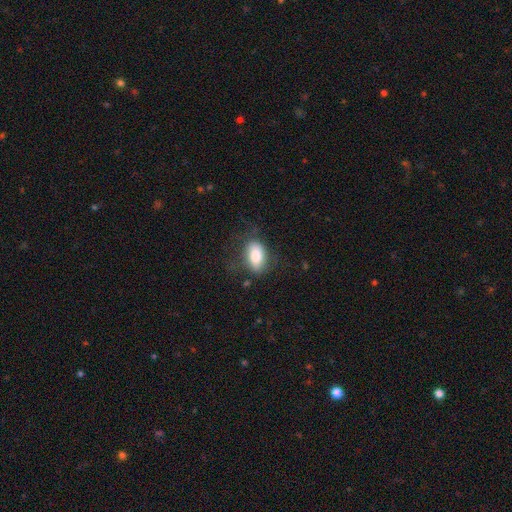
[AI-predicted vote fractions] Overall: smooth (79%). How rounded: in between (88%). Merging: none (66%).